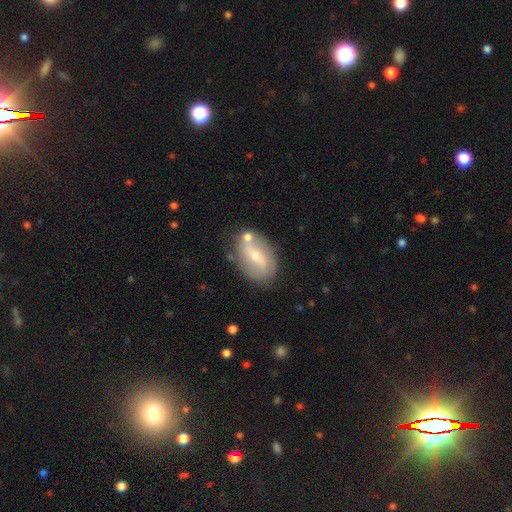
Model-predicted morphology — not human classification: A featured or disk galaxy (64%) with a weak bar (41%), spiral arms (70%) and a small central bulge (52%). Merging: none (69%).